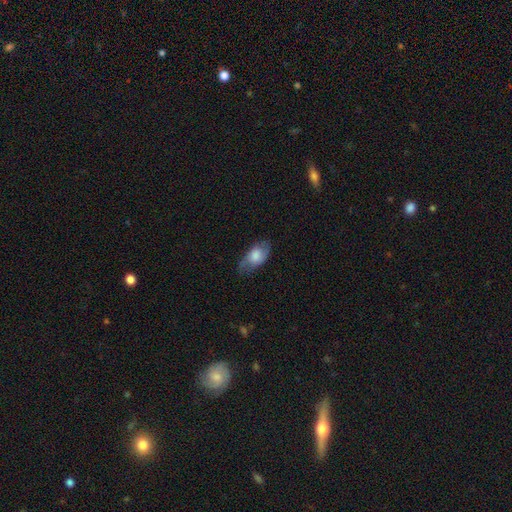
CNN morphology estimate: type=smooth (65%); roundness=in between (90%); merging=none (63%).